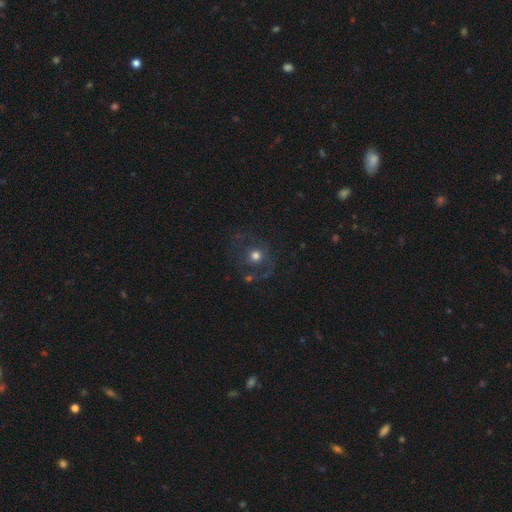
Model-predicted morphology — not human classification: Smooth or featured? smooth (47%)
Merging? none (63%)